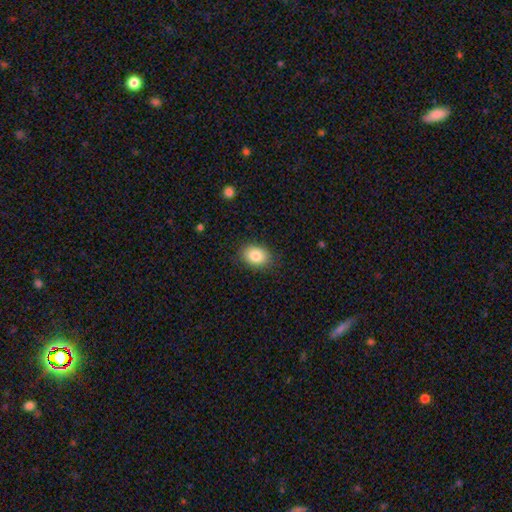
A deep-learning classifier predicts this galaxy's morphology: Overall: smooth (85%). How rounded: in between (76%). Merging: none (85%).